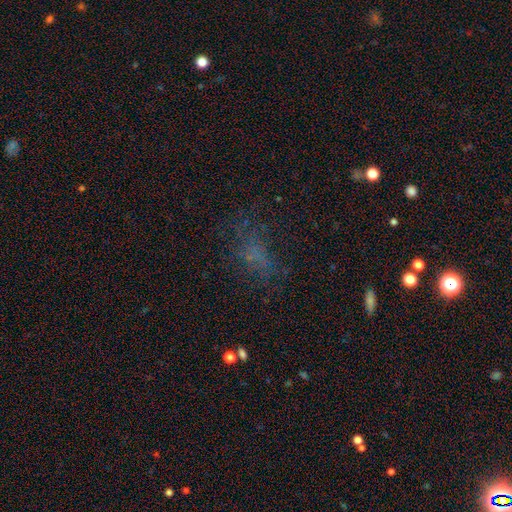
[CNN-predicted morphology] smooth 45%, star or artifact 36%, featured or disk 19%. Down the decision tree: merging — none (54%).